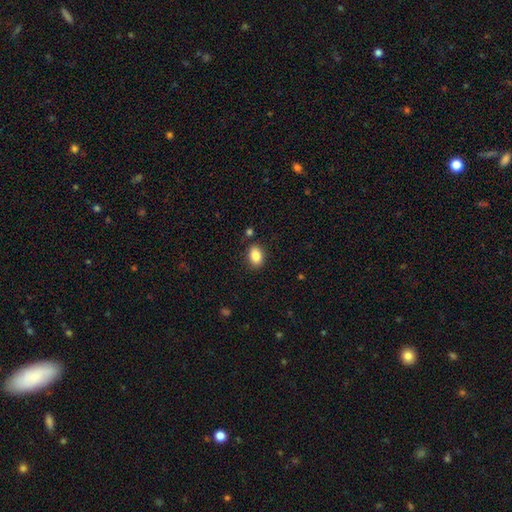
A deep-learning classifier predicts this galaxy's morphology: This is clearly a smooth galaxy (86%). How rounded: clearly in between (81%). Merging: clearly none (84%).